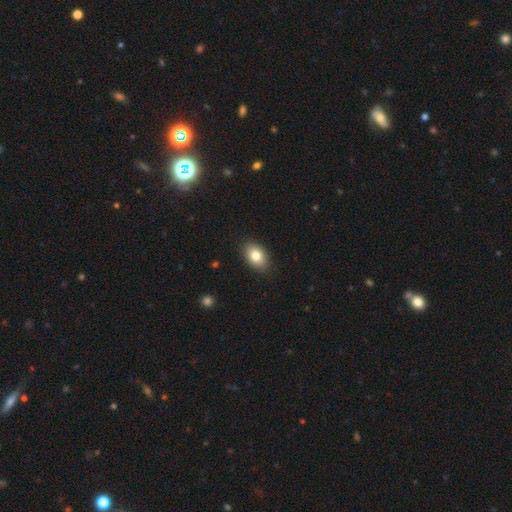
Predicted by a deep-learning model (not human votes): smooth_or_featured: smooth (p=0.81) [alt: featured or disk p=0.11]
how_rounded: in between (p=0.87) [alt: round p=0.12]
merging: none (p=0.87) [alt: minor disturbance p=0.10]